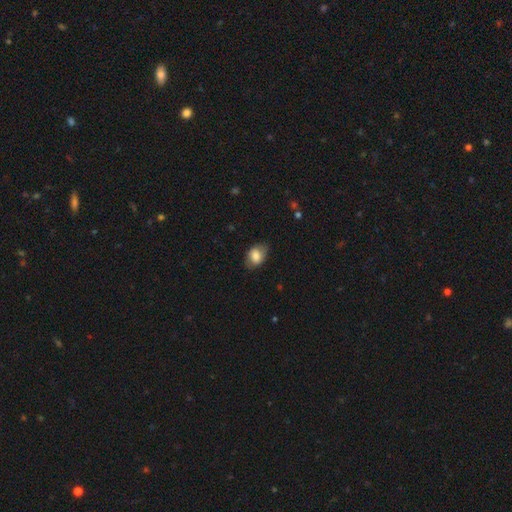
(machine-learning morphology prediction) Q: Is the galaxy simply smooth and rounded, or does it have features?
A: smooth — 77%.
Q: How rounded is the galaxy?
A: in between — 77%.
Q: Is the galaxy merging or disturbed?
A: none — 72%.